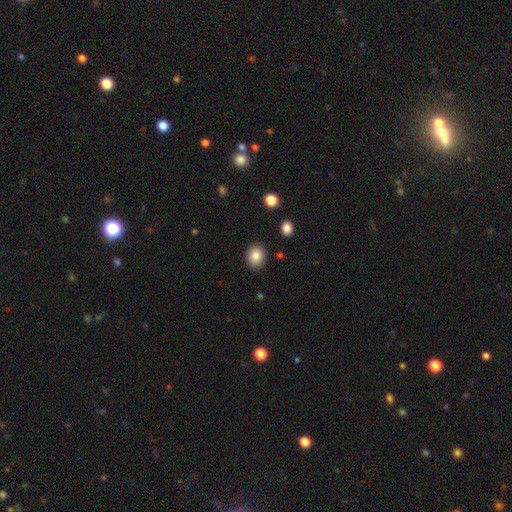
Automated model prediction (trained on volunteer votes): Smooth or featured: smooth — 85% (star or artifact — 9%)
How rounded: round — 66% (in between — 33%)
Merging: none — 89% (minor disturbance — 7%)